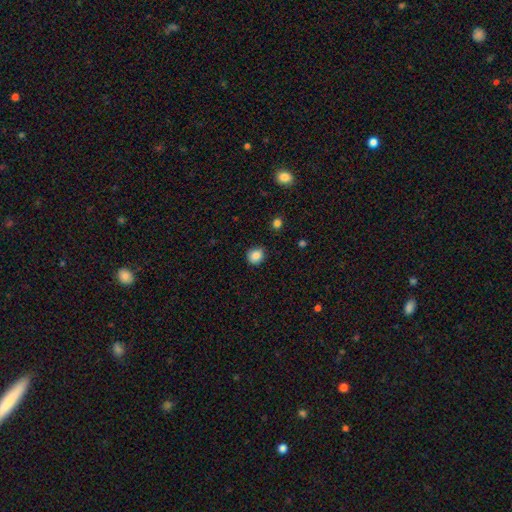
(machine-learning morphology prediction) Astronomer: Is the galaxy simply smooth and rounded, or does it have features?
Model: smooth — 86%.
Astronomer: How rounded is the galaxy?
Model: round — 80%.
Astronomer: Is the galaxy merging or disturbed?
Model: none — 87%.